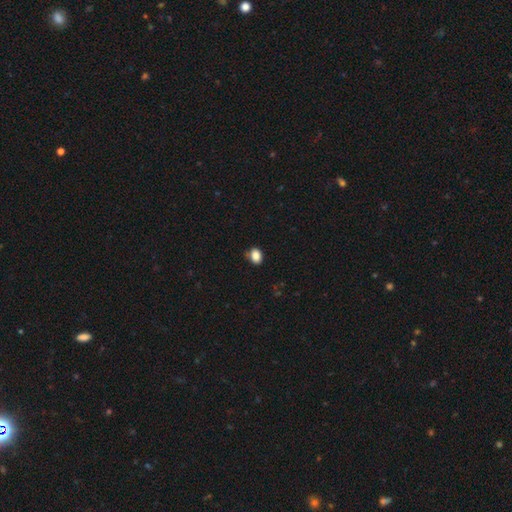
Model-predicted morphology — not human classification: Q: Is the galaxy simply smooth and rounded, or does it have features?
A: smooth — 87%.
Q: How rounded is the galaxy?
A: in between — 67%.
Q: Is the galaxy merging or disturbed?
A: none — 79%.